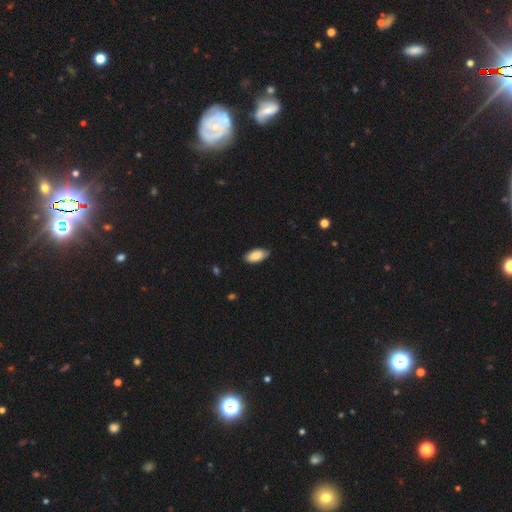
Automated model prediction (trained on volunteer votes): This is clearly a smooth galaxy (84%). How rounded: clearly in between (93%). Merging: likely none (79%).